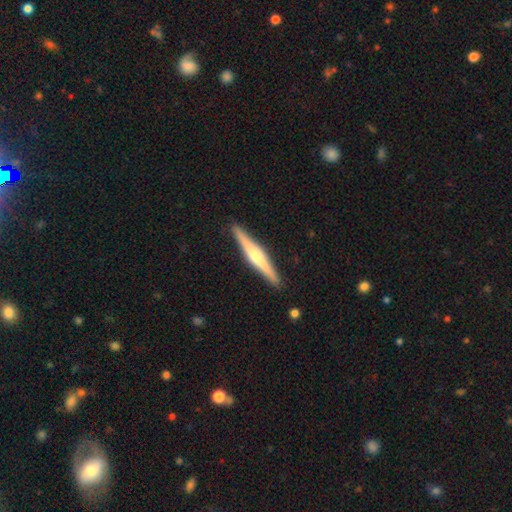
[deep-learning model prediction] Smooth or featured? Predicted: featured or disk (p=0.70). Edge-on disk? Predicted: yes (p=0.98). Edge-on bulge? Predicted: rounded (p=0.84). Merging? Predicted: none (p=0.91).